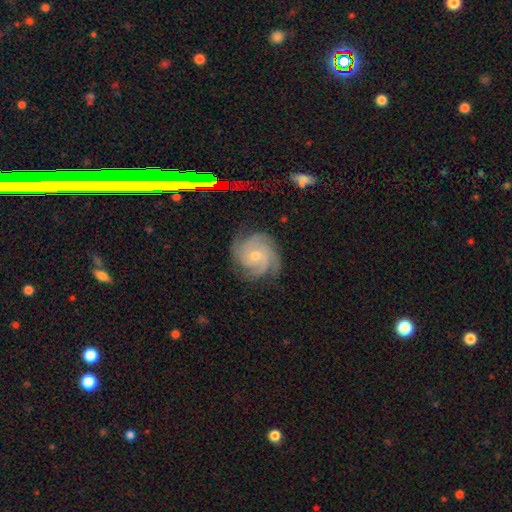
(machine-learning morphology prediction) smooth_or_featured: featured or disk (p=0.85) [alt: smooth p=0.08]
disk_edge_on: no (p=0.98) [alt: yes p=0.02]
bar: no (p=0.75) [alt: weak p=0.21]
has_spiral_arms: yes (p=0.98) [alt: no p=0.02]
spiral_winding: tight (p=0.61) [alt: medium p=0.33]
spiral_arm_count: 3 (p=0.42) [alt: 4 p=0.23]
bulge_size: small (p=0.48) [tied with: moderate p=0.48]
merging: none (p=0.76) [alt: minor disturbance p=0.17]